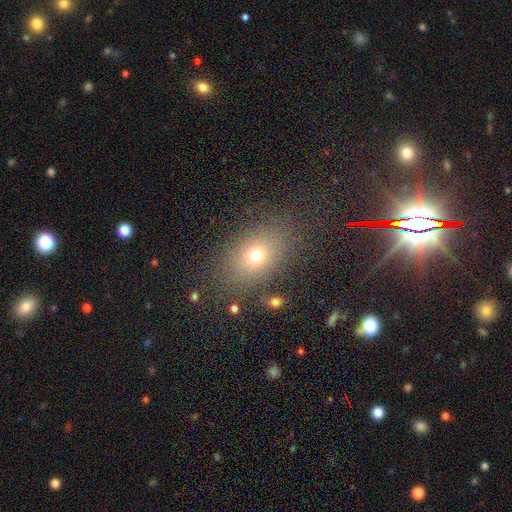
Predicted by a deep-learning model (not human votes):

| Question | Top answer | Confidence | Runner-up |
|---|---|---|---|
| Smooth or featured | smooth | 68% | star or artifact (17%) |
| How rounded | in between | 70% | round (28%) |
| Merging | none | 78% | minor disturbance (12%) |